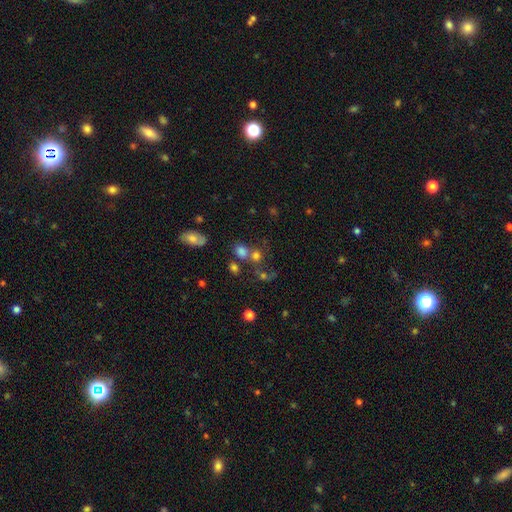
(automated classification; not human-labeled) smooth 70%, star or artifact 19%, featured or disk 11%. Down the decision tree: how rounded — round (69%); merging — none (49%).